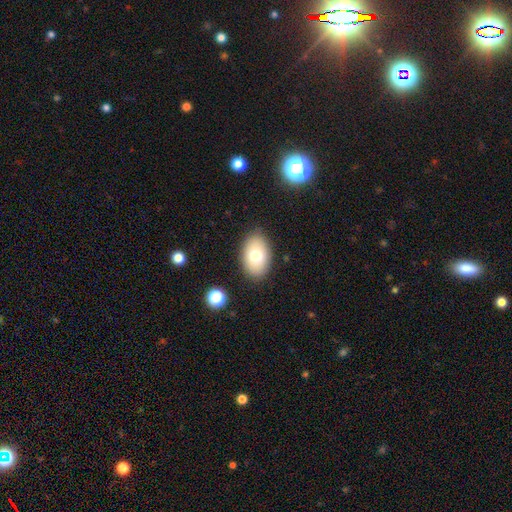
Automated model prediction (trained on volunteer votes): smooth 74%, featured or disk 17%, star or artifact 8%. Down the decision tree: how rounded — in between (88%); merging — none (86%).